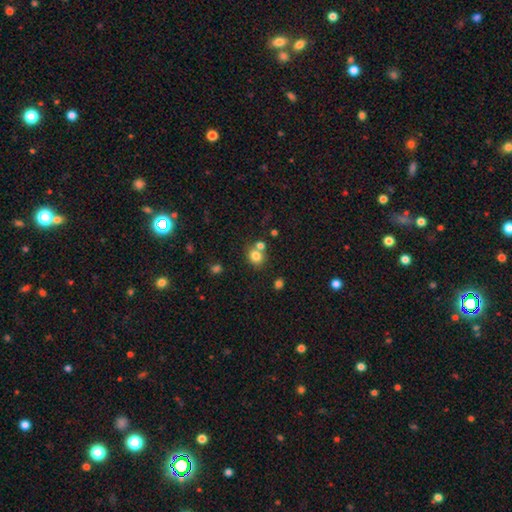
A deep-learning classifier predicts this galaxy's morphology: This is likely a smooth galaxy (79%). How rounded: likely round (72%). Merging: possibly none (59%).